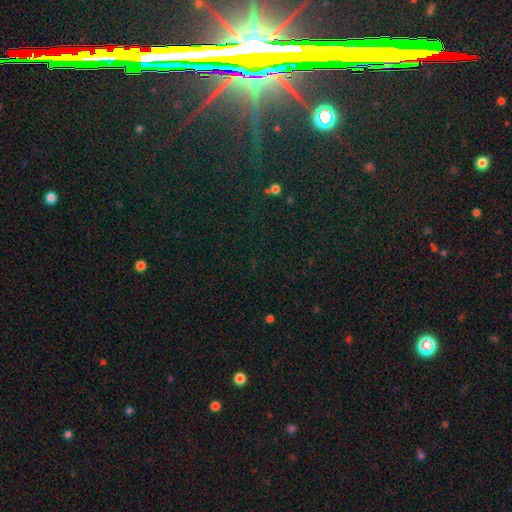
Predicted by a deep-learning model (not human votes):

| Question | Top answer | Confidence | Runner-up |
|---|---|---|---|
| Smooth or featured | star or artifact | 76% | featured or disk (15%) |